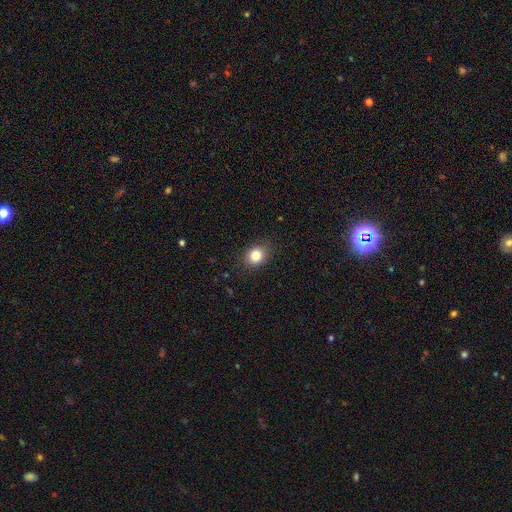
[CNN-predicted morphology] Smooth or featured: smooth — 83% (star or artifact — 11%)
How rounded: round — 57% (in between — 42%)
Merging: none — 86% (minor disturbance — 11%)